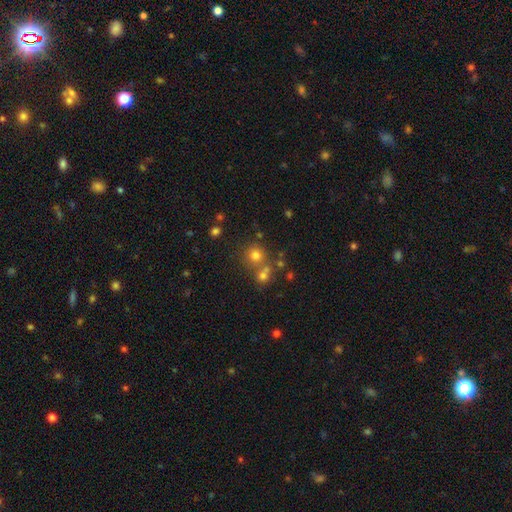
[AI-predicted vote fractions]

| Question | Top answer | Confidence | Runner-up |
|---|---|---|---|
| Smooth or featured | smooth | 70% | star or artifact (20%) |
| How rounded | round | 90% | in between (10%) |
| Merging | none | 62% | merger (27%) |